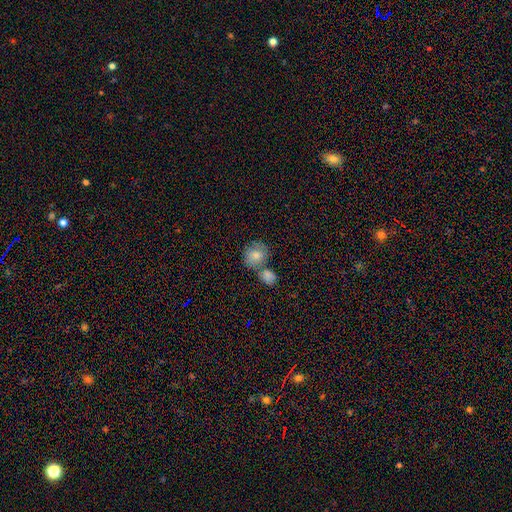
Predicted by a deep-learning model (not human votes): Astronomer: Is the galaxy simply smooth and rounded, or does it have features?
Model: smooth — 77%.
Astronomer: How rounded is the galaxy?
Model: round — 75%.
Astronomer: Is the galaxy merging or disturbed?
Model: none — 43% (runner-up: merger, 39%).